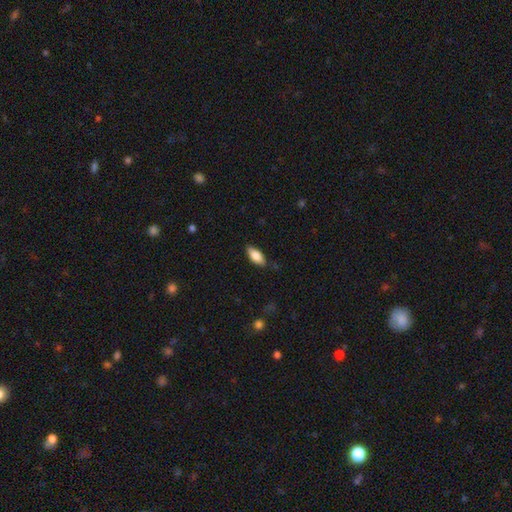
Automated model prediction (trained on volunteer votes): This appears to be a smooth galaxy with no disk features (79%) that is in between round and cigar-shaped (83%). Merging: none (82%).